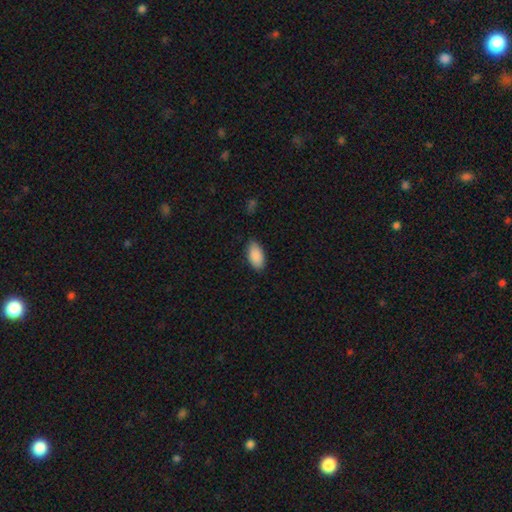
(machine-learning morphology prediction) Smooth or featured: smooth — 90% (star or artifact — 6%)
How rounded: in between — 94% (cigar-shaped — 3%)
Merging: none — 85% (minor disturbance — 12%)